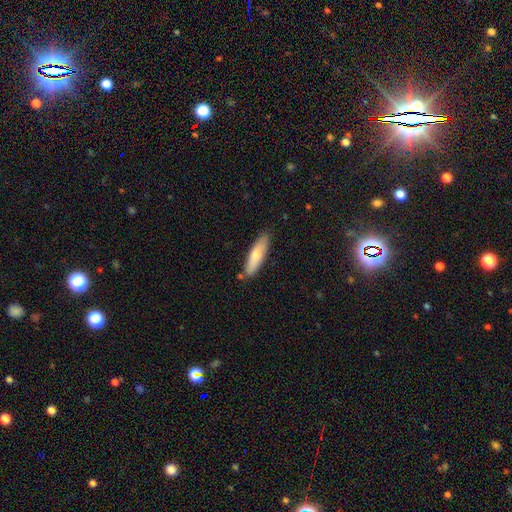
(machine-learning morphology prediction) Smooth or featured: smooth — 71% (featured or disk — 24%)
How rounded: cigar-shaped — 64% (in between — 34%)
Merging: none — 80% (minor disturbance — 14%)